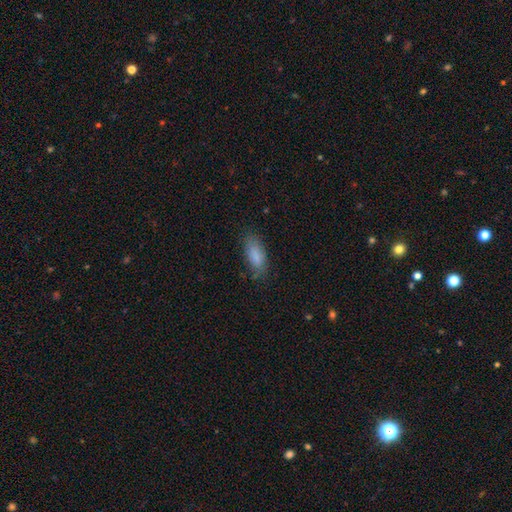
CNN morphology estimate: A smooth galaxy with no disk features (85%) that is in between round and cigar-shaped (83%). Merging: none (74%).